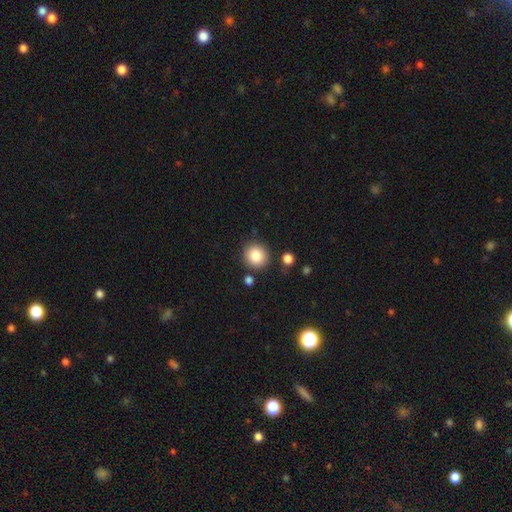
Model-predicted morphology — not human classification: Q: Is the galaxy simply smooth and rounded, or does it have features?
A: smooth — 84%.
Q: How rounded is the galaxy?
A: round — 91%.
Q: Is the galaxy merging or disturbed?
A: none — 85%.